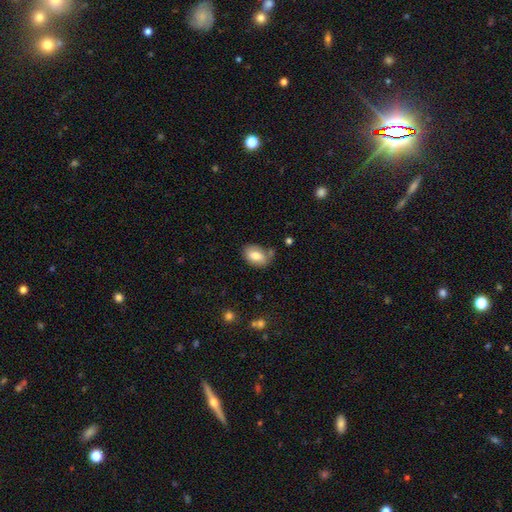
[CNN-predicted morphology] Smooth or featured?
  - smooth: 80% *
  - featured or disk: 13%
  - star or artifact: 7%
How rounded?
  - in between: 87% *
  - round: 12%
  - cigar-shaped: 1%
Merging?
  - none: 63% *
  - minor disturbance: 23%
  - merger: 8%
  - major disturbance: 5%